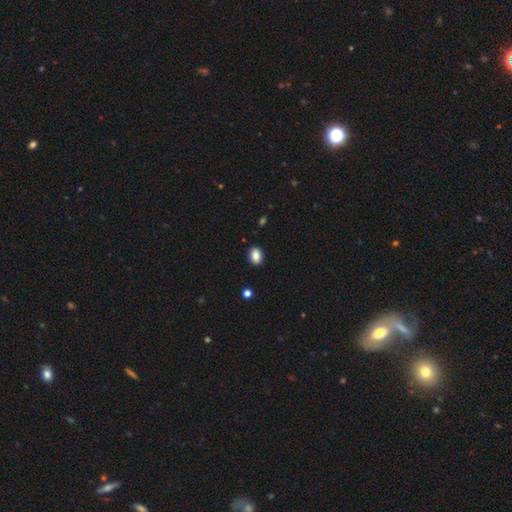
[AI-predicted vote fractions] A smooth galaxy with no disk features (86%) that is in between round and cigar-shaped (71%).

Vote fractions:
- Smooth or featured? smooth: 86% / star or artifact: 9% / featured or disk: 5%
- How rounded? in between: 71% / round: 28% / cigar-shaped: 1%
- Merging? none: 90% / minor disturbance: 7% / major disturbance: 2% / merger: 1%